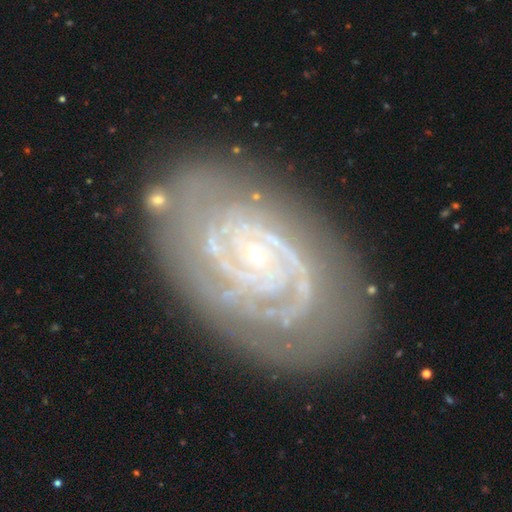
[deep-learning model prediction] A featured or disk galaxy (90%) with no bar (66%), 2 (46%) tight (77%) spiral arms (97%) and a small central bulge (83%). Merging: none (77%).